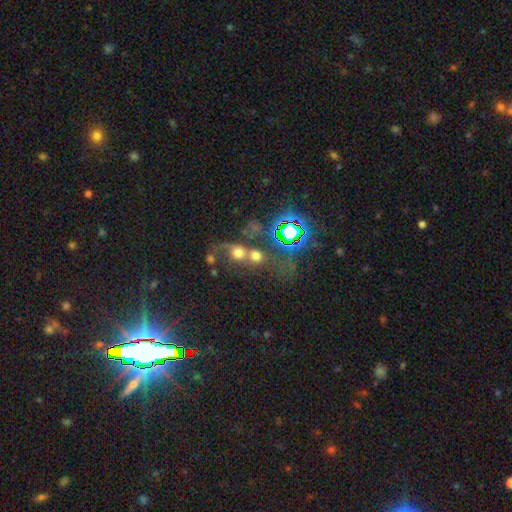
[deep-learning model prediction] A smooth galaxy with no disk features (54%) that is round (77%). Merging: merger (57%).